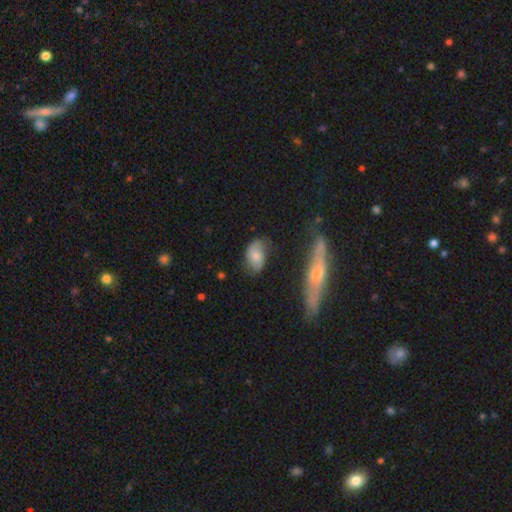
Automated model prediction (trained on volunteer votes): A smooth galaxy with no disk features (62%) that is in between round and cigar-shaped (88%). Merging: none (63%).